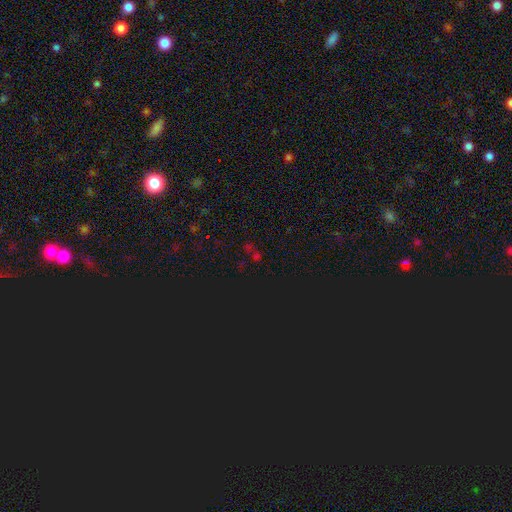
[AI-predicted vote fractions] A star or artifact, not a galaxy (63%).